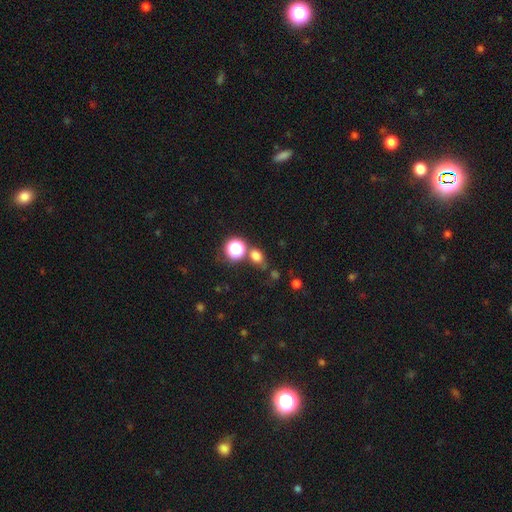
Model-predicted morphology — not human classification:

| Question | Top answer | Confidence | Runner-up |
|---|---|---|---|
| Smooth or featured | smooth | 71% | star or artifact (22%) |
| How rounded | round | 54% | in between (44%) |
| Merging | none | 62% | merger (17%) |